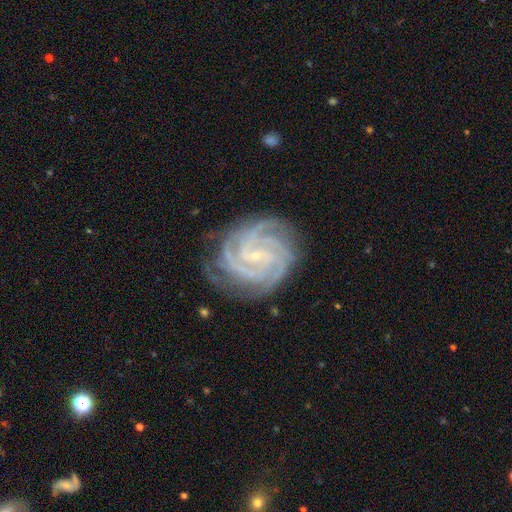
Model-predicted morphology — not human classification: A featured or disk galaxy (92%) with no bar (46%), 4 (41%) tight (79%) spiral arms (99%) and a small central bulge (84%). Merging: none (78%).